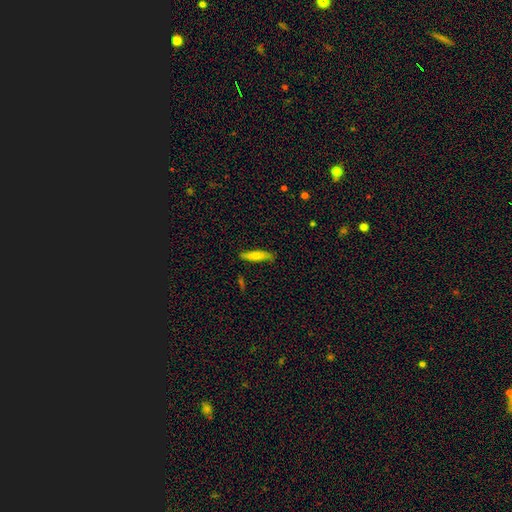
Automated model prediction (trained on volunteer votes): smooth-or-featured: smooth: 73% | featured or disk: 21% | star or artifact: 6%
  how-rounded: cigar-shaped: 79% | in between: 20% | round: 2%
  merging: none: 79% | minor disturbance: 16% | major disturbance: 3% | merger: 2%